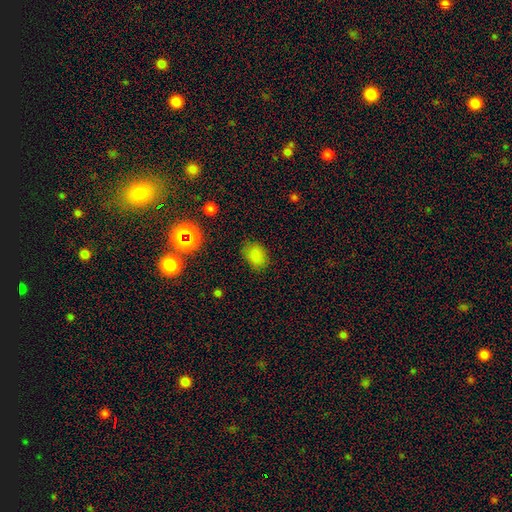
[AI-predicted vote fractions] Overall: smooth (80%). How rounded: in between (71%). Merging: none (80%).